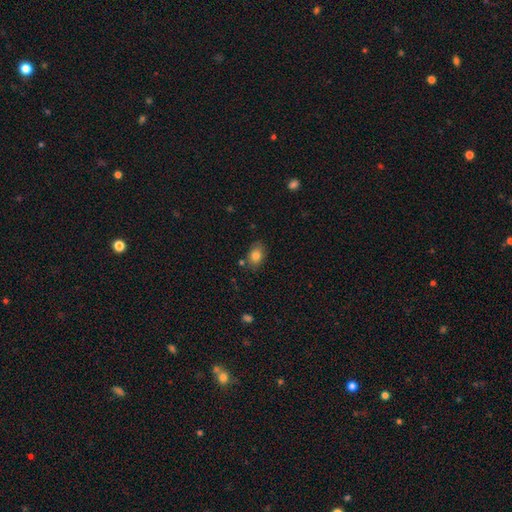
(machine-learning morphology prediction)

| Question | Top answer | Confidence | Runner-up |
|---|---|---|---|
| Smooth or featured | smooth | 81% | featured or disk (10%) |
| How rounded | in between | 77% | round (21%) |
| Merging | none | 77% | minor disturbance (15%) |